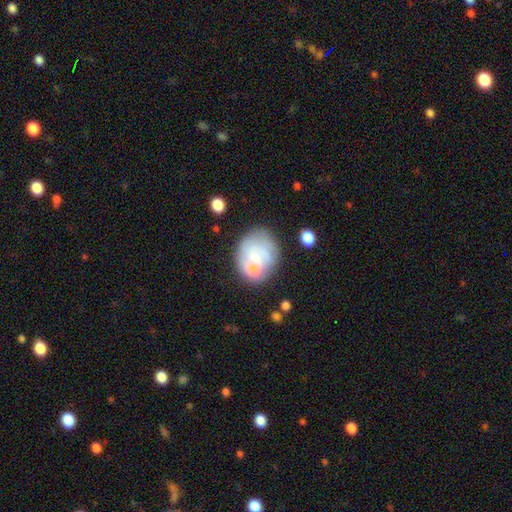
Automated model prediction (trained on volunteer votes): This is possibly a smooth galaxy (52%). How rounded: possibly round (59%). Merging: marginally none (42%).